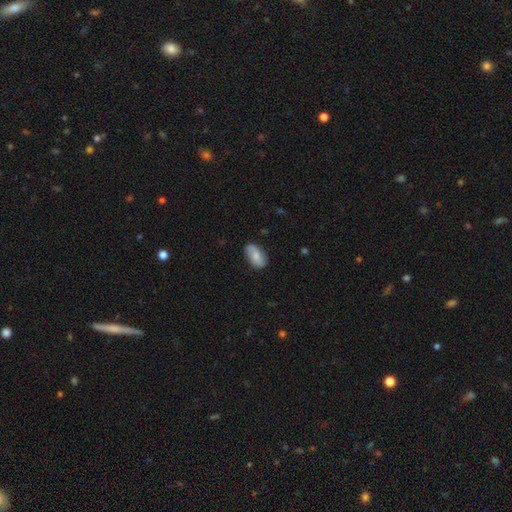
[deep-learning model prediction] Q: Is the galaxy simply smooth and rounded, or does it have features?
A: smooth — 63%.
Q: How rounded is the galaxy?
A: in between — 93%.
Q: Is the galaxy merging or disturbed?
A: none — 81%.